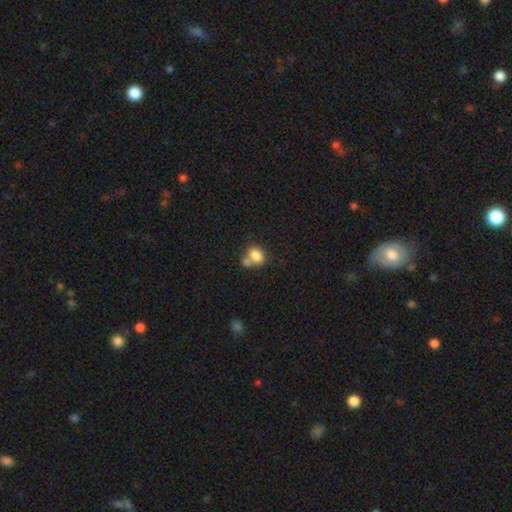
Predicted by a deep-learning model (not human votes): A smooth galaxy with no disk features (81%) that is in between round and cigar-shaped (54%).

Vote fractions:
- Smooth or featured? smooth: 81% / star or artifact: 10% / featured or disk: 9%
- How rounded? in between: 54% / round: 45% / cigar-shaped: 1%
- Merging? merger: 42% / none: 41% / minor disturbance: 11% / major disturbance: 5%